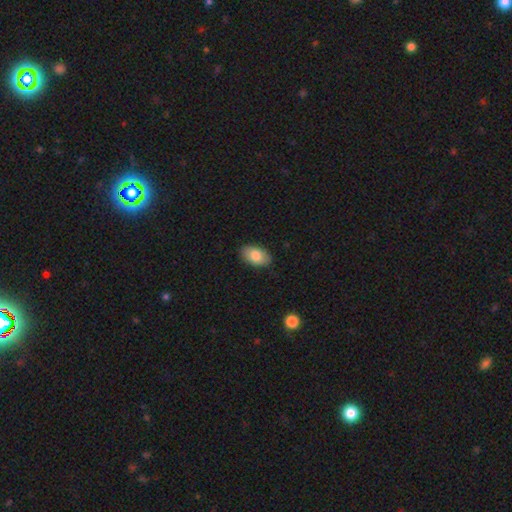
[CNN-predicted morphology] Smooth or featured? smooth (80%)
How rounded? in between (93%)
Merging? none (87%)